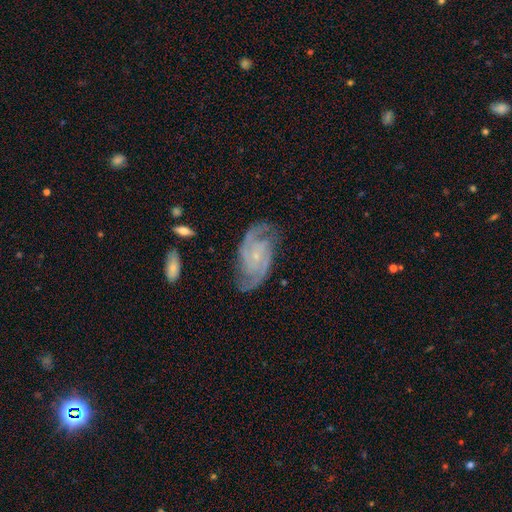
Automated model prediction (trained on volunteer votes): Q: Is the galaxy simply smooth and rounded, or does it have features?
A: featured or disk — 91%.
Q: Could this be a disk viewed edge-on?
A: no — 97%.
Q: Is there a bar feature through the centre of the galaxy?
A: no — 63%.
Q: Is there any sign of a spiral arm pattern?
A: yes — 98%.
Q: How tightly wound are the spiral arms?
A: medium — 46%.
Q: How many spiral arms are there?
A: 2 — 72%.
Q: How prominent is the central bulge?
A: small — 81%.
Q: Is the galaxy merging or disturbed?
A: none — 76%.